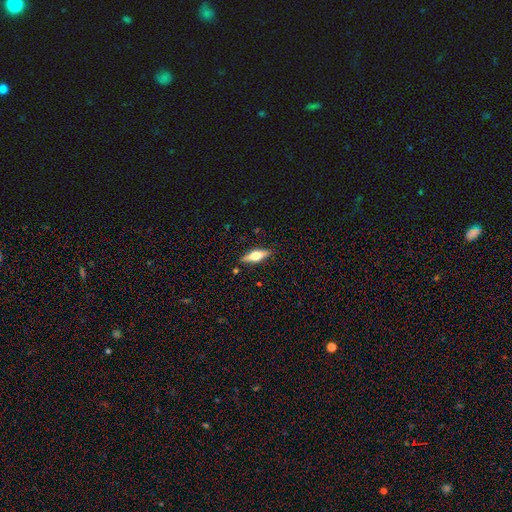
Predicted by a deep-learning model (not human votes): smooth-or-featured: featured or disk: 49% | smooth: 44% | star or artifact: 7%
  merging: none: 87% | minor disturbance: 9% | major disturbance: 2% | merger: 2%